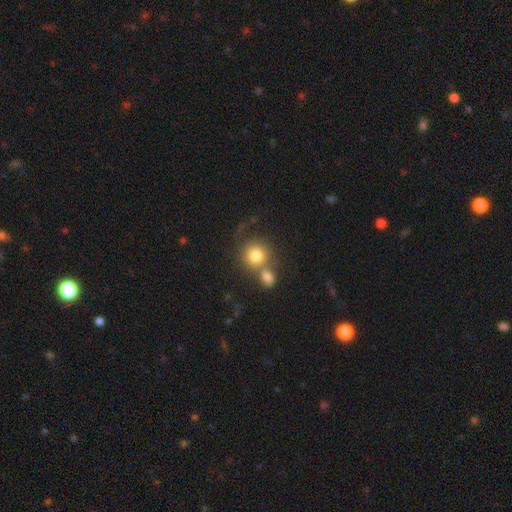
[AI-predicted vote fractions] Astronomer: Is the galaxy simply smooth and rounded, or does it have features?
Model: smooth — 79%.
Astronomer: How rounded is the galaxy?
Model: round — 87%.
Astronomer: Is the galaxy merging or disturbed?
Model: none — 44% (runner-up: merger, 40%).